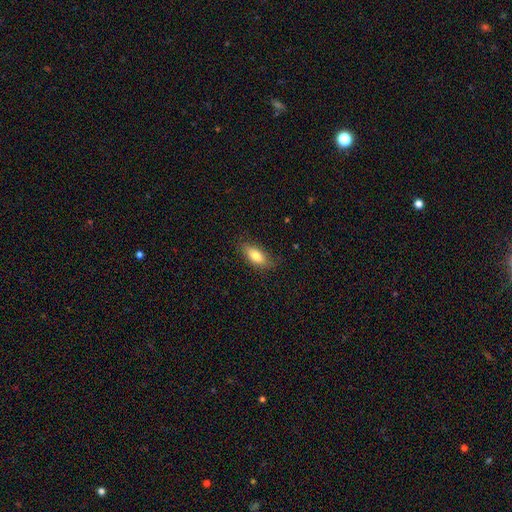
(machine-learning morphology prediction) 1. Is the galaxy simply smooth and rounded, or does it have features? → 75% smooth, 18% featured or disk, 7% star or artifact.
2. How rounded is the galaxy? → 77% in between, 20% cigar-shaped, 3% round.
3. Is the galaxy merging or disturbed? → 79% none, 17% minor disturbance, 3% major disturbance, 1% merger.